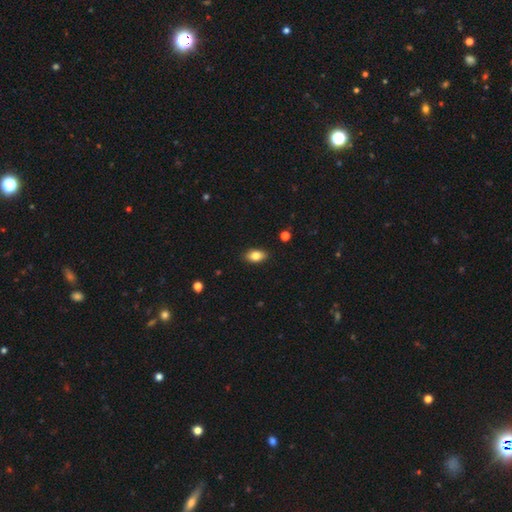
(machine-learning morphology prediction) smooth-or-featured: smooth: 82% | featured or disk: 10% | star or artifact: 8%
  how-rounded: in between: 90% | round: 7% | cigar-shaped: 3%
  merging: none: 88% | minor disturbance: 9% | major disturbance: 2% | merger: 1%